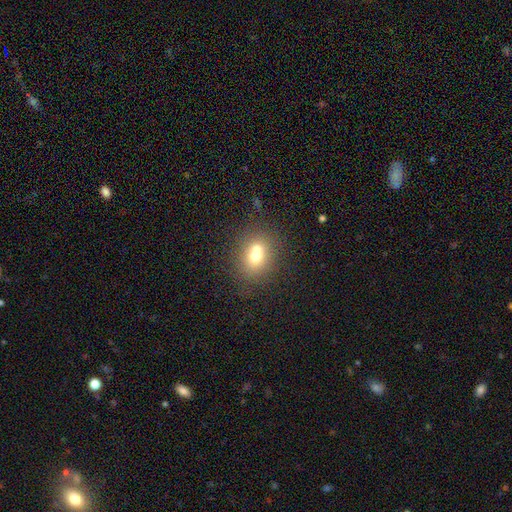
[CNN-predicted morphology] This is likely a smooth galaxy (66%). How rounded: likely round (60%). Merging: marginally none (44%).